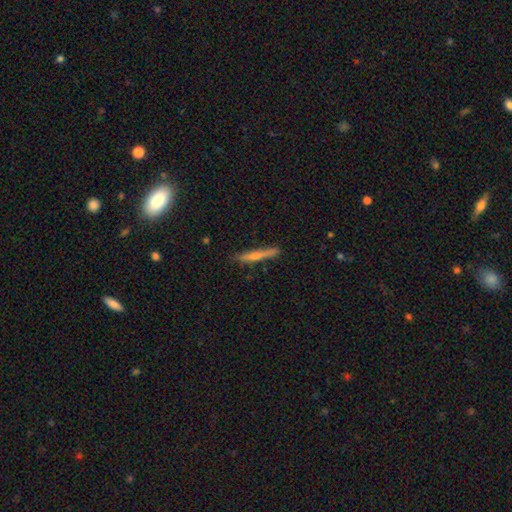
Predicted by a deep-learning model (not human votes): Overall: featured or disk (46%, tied with smooth). Merging: none (87%).